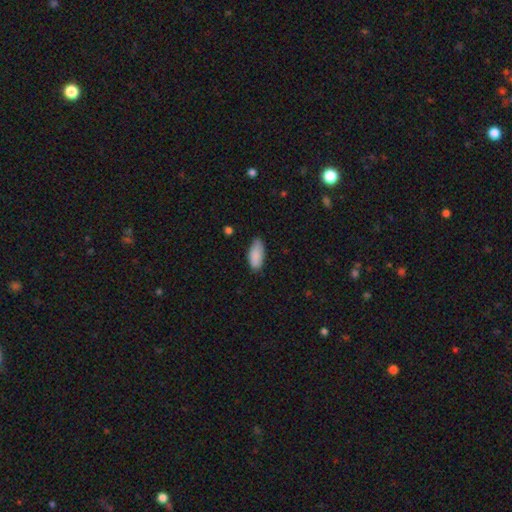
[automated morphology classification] The model was most divided on "merging": none: 75%, minor disturbance: 20%, major disturbance: 3%, merger: 1%. More confident: how rounded — in between (88%); smooth or featured — smooth (88%).